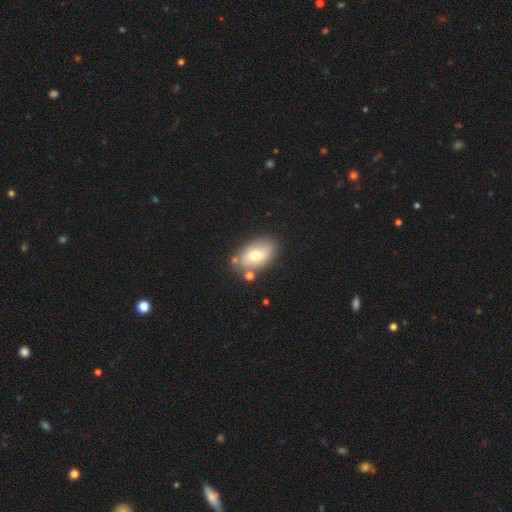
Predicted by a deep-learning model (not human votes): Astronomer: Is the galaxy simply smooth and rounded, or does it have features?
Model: smooth — 67%.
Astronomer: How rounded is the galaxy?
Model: in between — 89%.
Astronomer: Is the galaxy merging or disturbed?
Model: none — 75%.